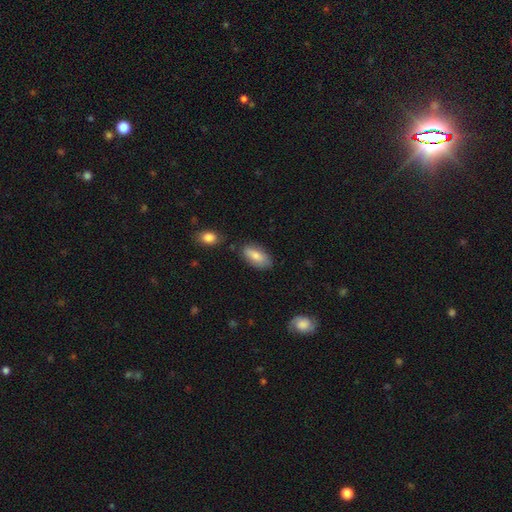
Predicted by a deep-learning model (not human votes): This is likely a smooth galaxy (79%). How rounded: clearly in between (89%). Merging: likely none (73%).